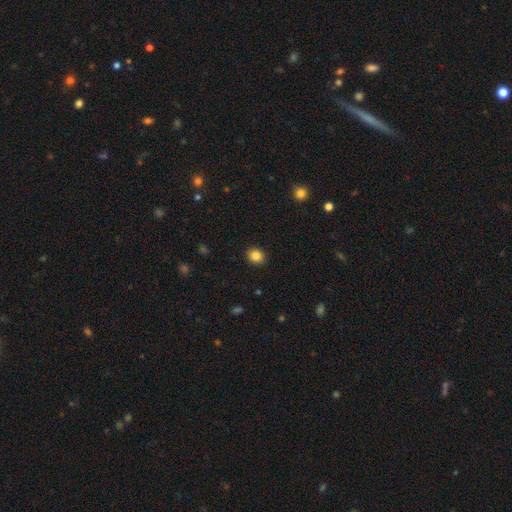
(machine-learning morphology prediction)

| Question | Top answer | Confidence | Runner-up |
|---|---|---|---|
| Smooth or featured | smooth | 85% | star or artifact (10%) |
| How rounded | round | 70% | in between (29%) |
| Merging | none | 91% | minor disturbance (6%) |